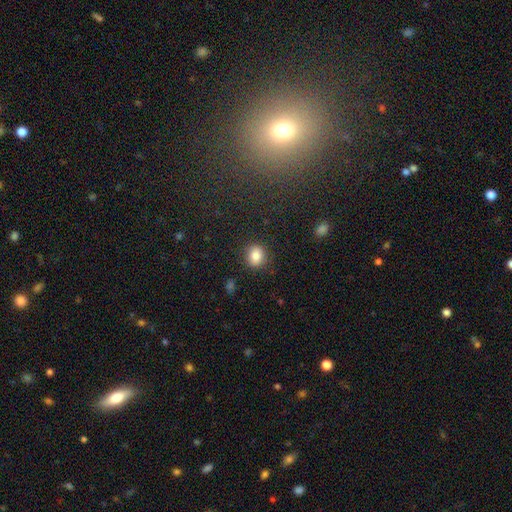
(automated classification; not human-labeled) Overall: smooth (84%). How rounded: round (62%; in between 37%). Merging: none (85%).